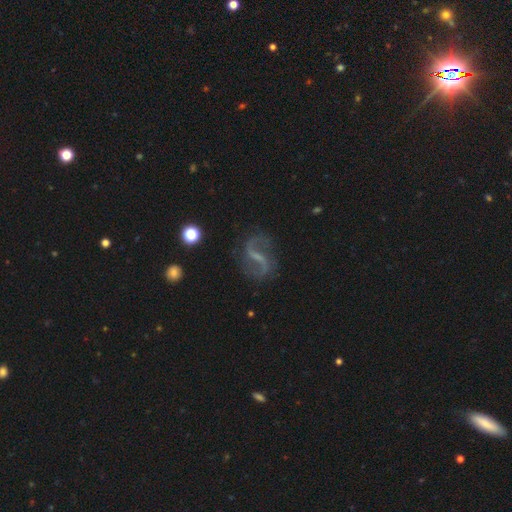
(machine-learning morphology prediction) This is clearly a featured or disk galaxy (87%). It is clearly not viewed edge-on (97%). Bar: marginally weak (44%). Spiral arm pattern: clearly yes (95%). Spiral arm count: clearly 2 (93%). Spiral winding: likely loose (65%). Central bulge: possibly small (47%). Merging: clearly none (81%).